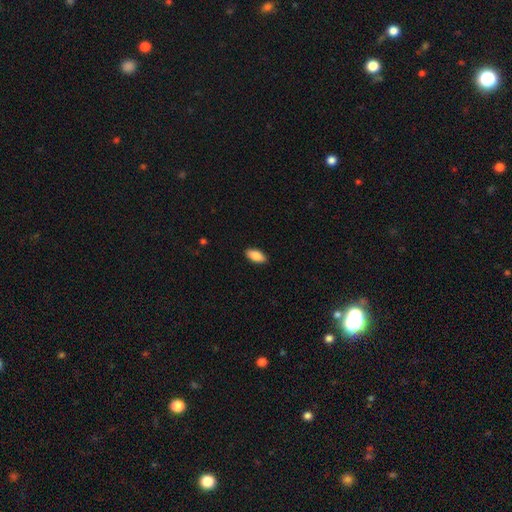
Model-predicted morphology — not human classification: Smooth or featured: smooth — 86% (featured or disk — 8%)
How rounded: in between — 90% (cigar-shaped — 8%)
Merging: none — 89% (minor disturbance — 9%)